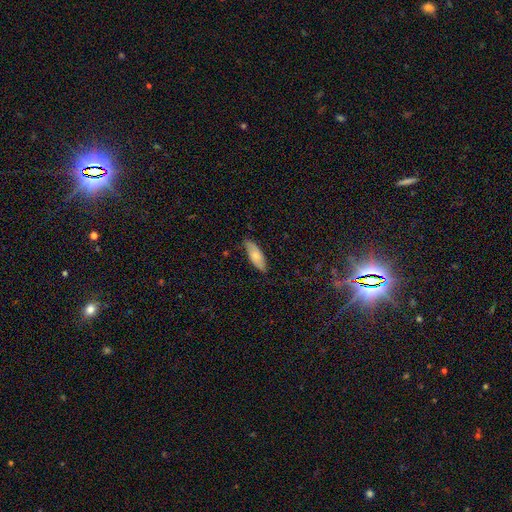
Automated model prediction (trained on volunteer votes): Q: Smooth or featured?
A: smooth (67%); runner-up: featured or disk (27%)
Q: How rounded?
A: in between (69%); runner-up: cigar-shaped (29%)
Q: Merging?
A: none (77%); runner-up: minor disturbance (19%)